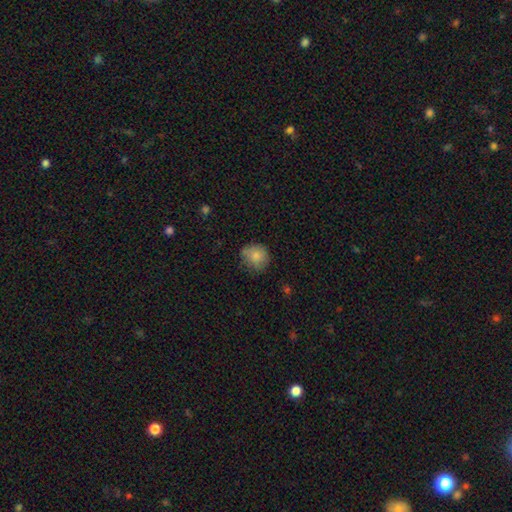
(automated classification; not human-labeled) Smooth or featured?
  - smooth: 82% *
  - featured or disk: 9%
  - star or artifact: 9%
How rounded?
  - round: 82% *
  - in between: 17%
  - cigar-shaped: 1%
Merging?
  - none: 69% *
  - minor disturbance: 24%
  - major disturbance: 5%
  - merger: 2%